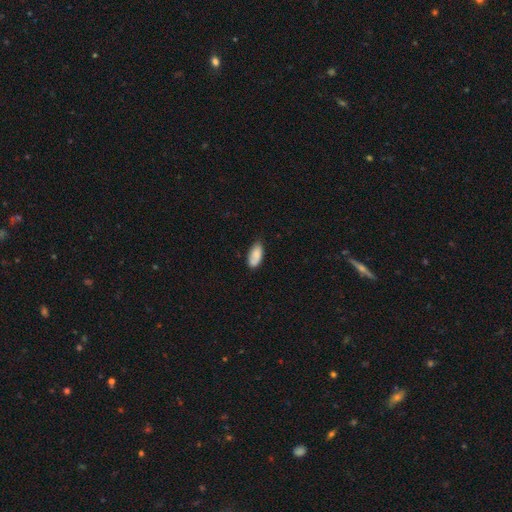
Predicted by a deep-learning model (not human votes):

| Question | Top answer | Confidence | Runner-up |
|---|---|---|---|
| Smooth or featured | smooth | 83% | featured or disk (10%) |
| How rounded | in between | 90% | cigar-shaped (7%) |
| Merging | none | 67% | minor disturbance (25%) |